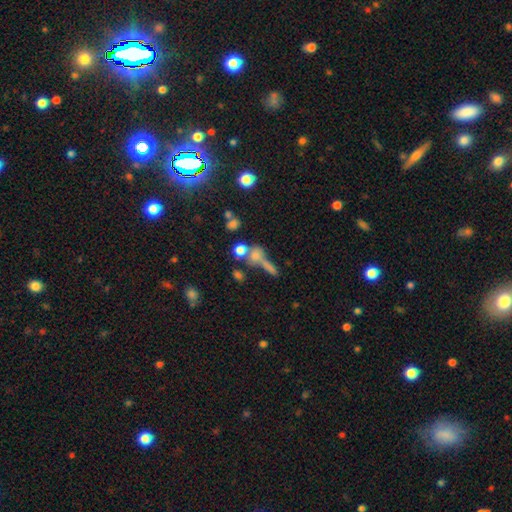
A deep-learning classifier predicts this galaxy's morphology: Q: Smooth or featured?
A: smooth (65%); runner-up: featured or disk (18%)
Q: How rounded?
A: round (55%); runner-up: in between (28%)
Q: Merging?
A: none (40%); runner-up: merger (39%)